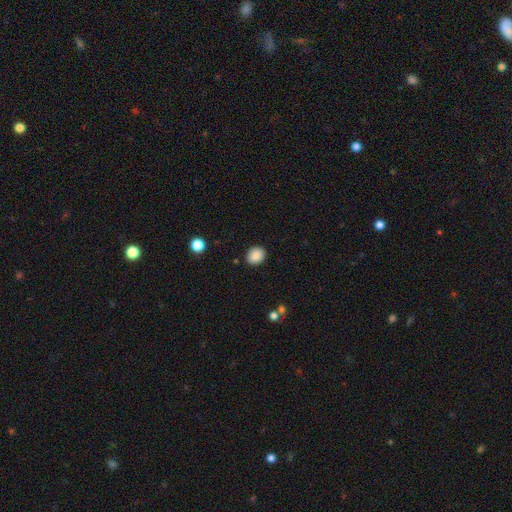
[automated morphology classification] This is clearly a smooth galaxy (87%). How rounded: likely round (64%). Merging: clearly none (89%).